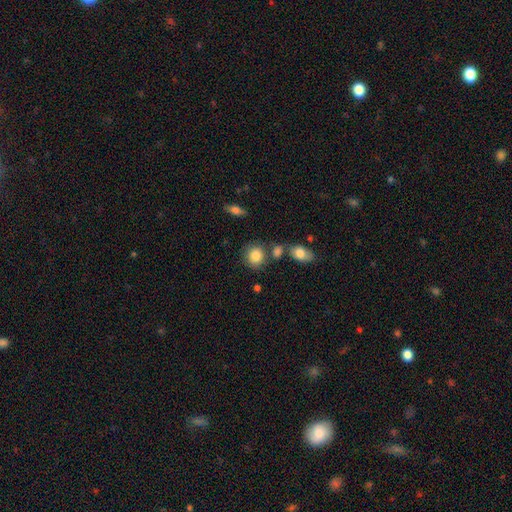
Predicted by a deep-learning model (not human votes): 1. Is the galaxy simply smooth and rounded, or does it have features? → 84% smooth, 8% star or artifact, 7% featured or disk.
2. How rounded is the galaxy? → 76% round, 23% in between, 1% cigar-shaped.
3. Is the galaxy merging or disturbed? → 71% none, 13% merger, 12% minor disturbance, 4% major disturbance.